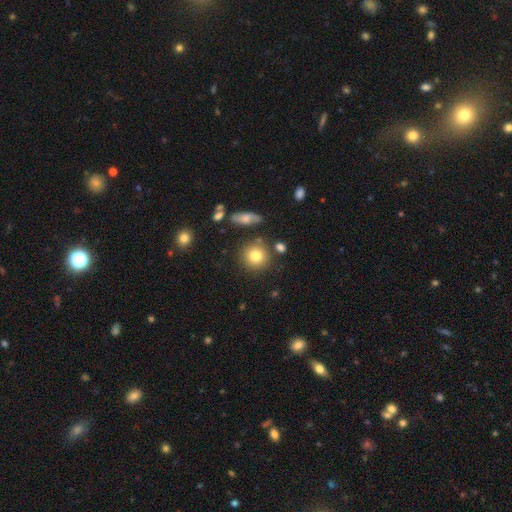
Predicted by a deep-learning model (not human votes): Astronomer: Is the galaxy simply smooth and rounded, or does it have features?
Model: smooth — 80%.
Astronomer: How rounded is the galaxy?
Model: round — 91%.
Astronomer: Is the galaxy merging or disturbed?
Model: none — 82%.